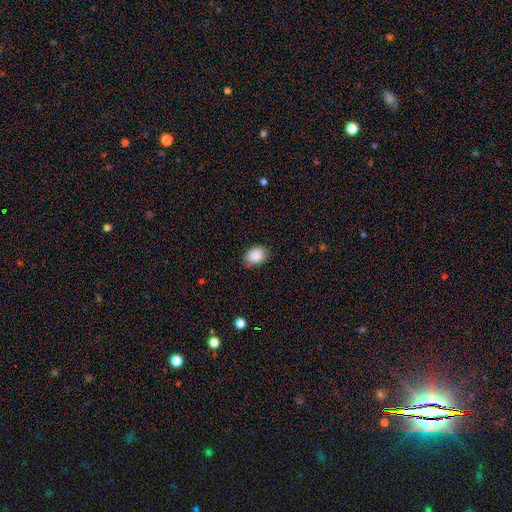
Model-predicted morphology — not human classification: Smooth or featured? Predicted: smooth (p=0.89). How rounded? Predicted: in between (p=0.78). Merging? Predicted: none (p=0.82).